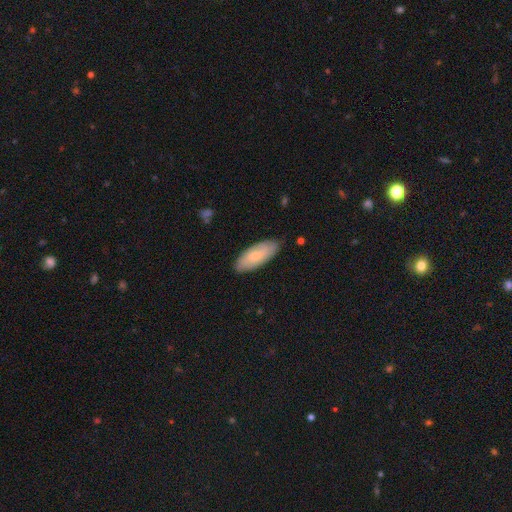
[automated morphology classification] Smooth or featured?
  - smooth: 65% *
  - featured or disk: 29%
  - star or artifact: 6%
How rounded?
  - in between: 79% *
  - cigar-shaped: 19%
  - round: 2%
Merging?
  - none: 85% *
  - minor disturbance: 12%
  - major disturbance: 2%
  - merger: 1%